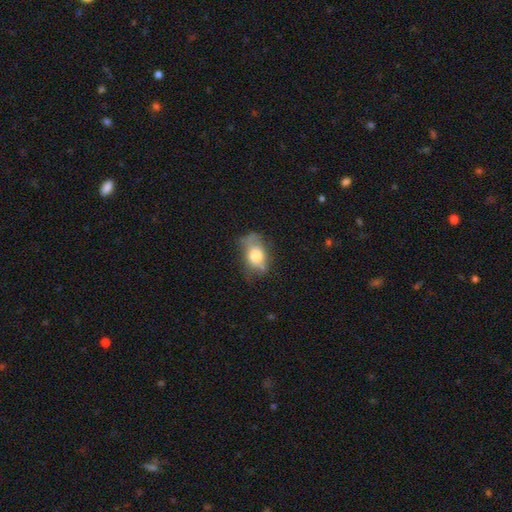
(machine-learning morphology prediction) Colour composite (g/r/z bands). It shows a smooth galaxy with no disk features (57%) that is in between round and cigar-shaped (82%). Merging: none (48%).